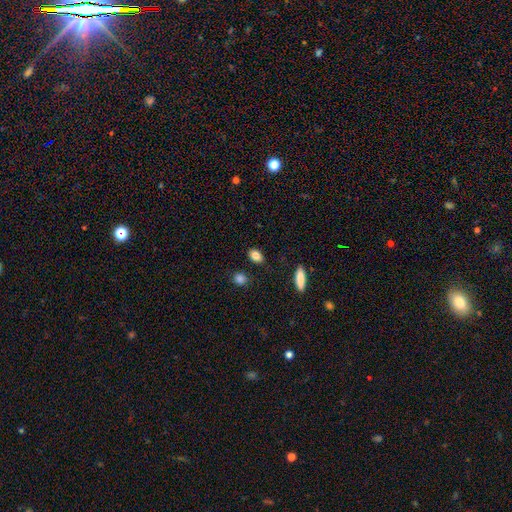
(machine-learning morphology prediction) A smooth galaxy with no disk features (86%) that is in between round and cigar-shaped (80%).

Vote fractions:
- Smooth or featured? smooth: 86% / star or artifact: 8% / featured or disk: 5%
- How rounded? in between: 80% / round: 17% / cigar-shaped: 3%
- Merging? none: 85% / minor disturbance: 9% / merger: 3% / major disturbance: 3%